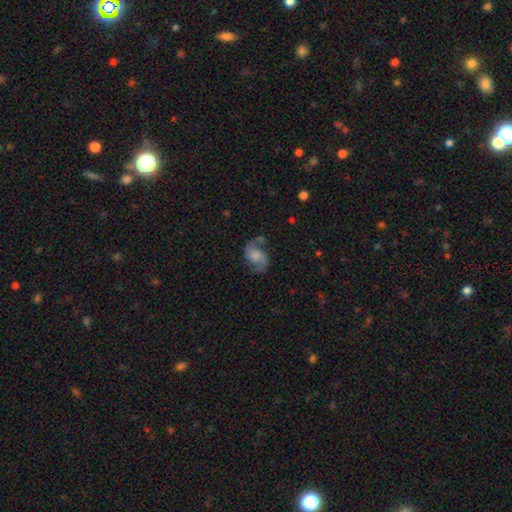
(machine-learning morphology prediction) Smooth or featured?
  - featured or disk: 74% *
  - smooth: 18%
  - star or artifact: 7%
Edge-on disk?
  - no: 98% *
  - yes: 2%
Bar?
  - no: 65% *
  - weak: 30%
  - strong: 5%
Spiral arms?
  - yes: 94% *
  - no: 6%
Spiral winding?
  - loose: 44% * (tied)
  - medium: 44% * (tied)
  - tight: 12%
Spiral arm count?
  - 2: 91% *
  - can't tell: 3%
  - 1: 3%
  - 3: 1%
  - 4: 1%
  - more than 4: 1%
Bulge size?
  - moderate: 30% *
  - small: 29%
  - none: 24%
  - large: 14%
  - dominant: 3%
Merging?
  - none: 62% *
  - minor disturbance: 21%
  - major disturbance: 12%
  - merger: 5%